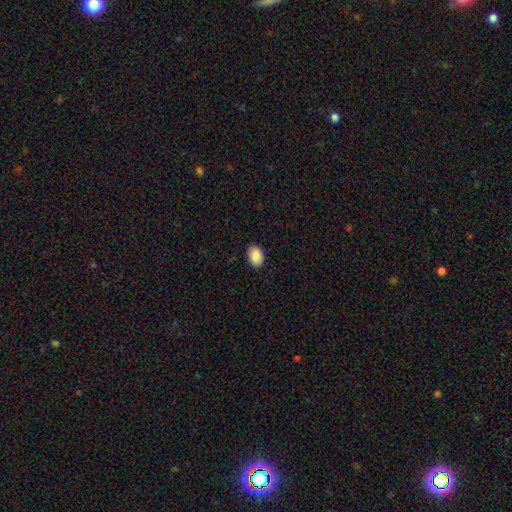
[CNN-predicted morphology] Overall: smooth (89%). How rounded: in between (81%). Merging: none (89%).